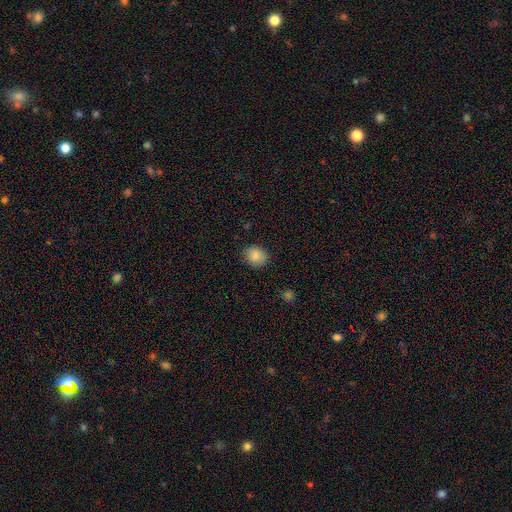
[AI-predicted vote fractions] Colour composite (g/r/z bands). It shows a smooth galaxy with no disk features (86%) that is round (58%). Merging: none (86%).